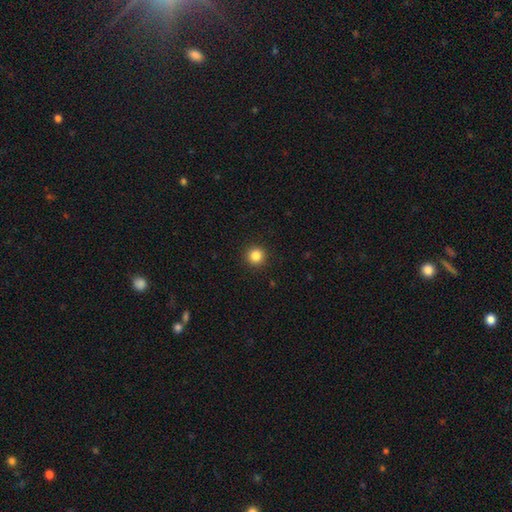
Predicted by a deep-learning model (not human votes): This appears to be a smooth galaxy with no disk features (85%) that is round (95%). Merging: none (93%).